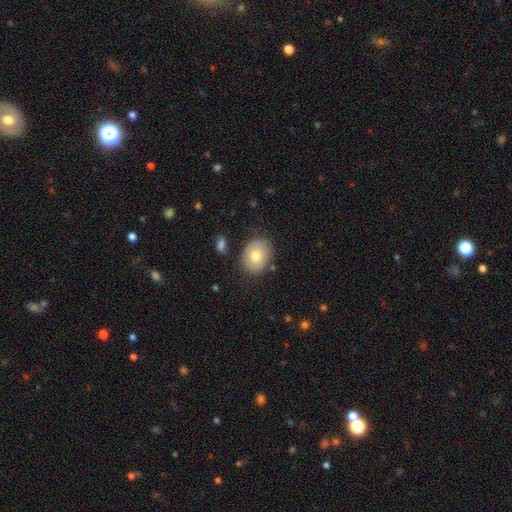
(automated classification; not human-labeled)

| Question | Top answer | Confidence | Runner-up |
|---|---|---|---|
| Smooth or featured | smooth | 75% | featured or disk (17%) |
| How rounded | in between | 58% | round (41%) |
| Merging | none | 79% | minor disturbance (15%) |